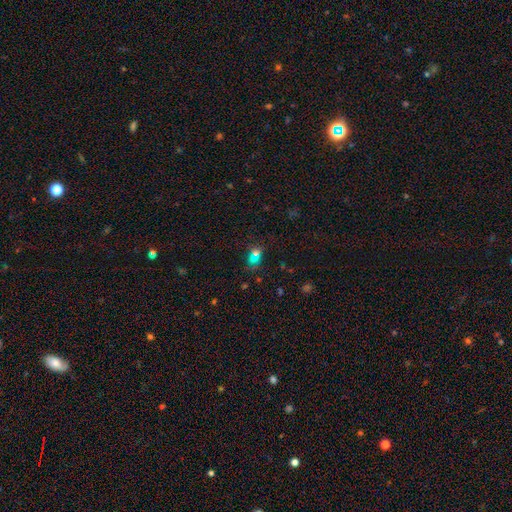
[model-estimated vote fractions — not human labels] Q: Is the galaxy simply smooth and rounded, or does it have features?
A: smooth — 56%.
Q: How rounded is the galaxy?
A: in between — 55%.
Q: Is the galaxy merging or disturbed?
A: none — 53%.